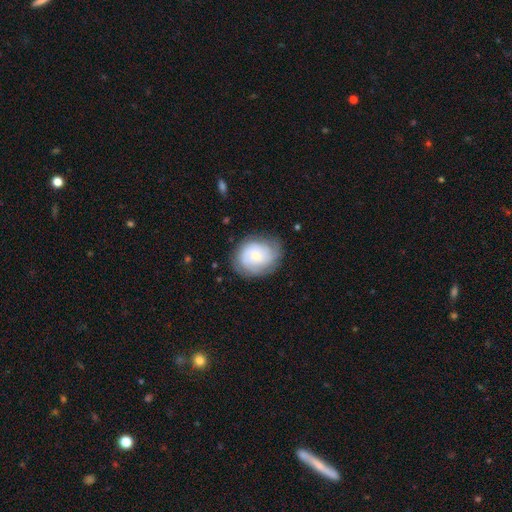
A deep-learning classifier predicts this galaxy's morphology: type=featured or disk (63%); edge-on=no (97%); bar=no (77%); spiral arms=yes (88%); winding=tight (61%); arm count=can't tell (39%); bulge=small (66%); merging=none (72%).